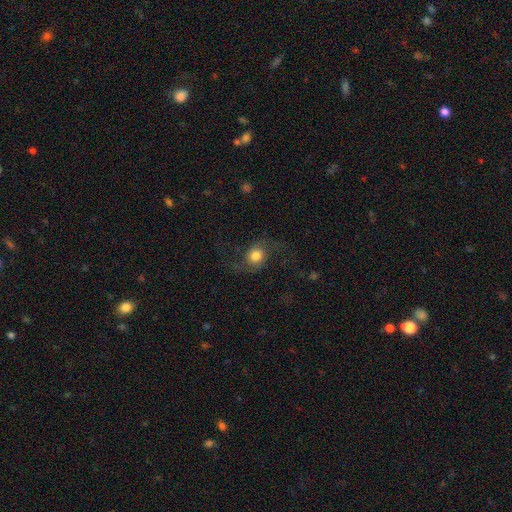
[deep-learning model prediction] Morphology: type=featured or disk (47%); merging=none (60%).